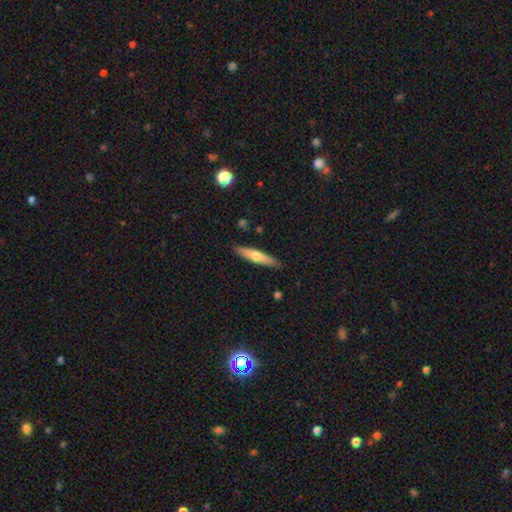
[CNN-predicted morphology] This appears to be a smooth galaxy with no disk features (52%) that is cigar-shaped (82%). Merging: none (89%).